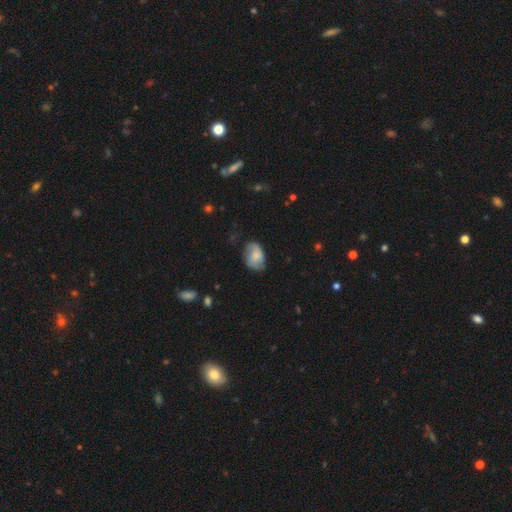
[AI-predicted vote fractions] smooth_or_featured: smooth (p=0.57) [alt: featured or disk p=0.35]
how_rounded: in between (p=0.81) [alt: round p=0.18]
merging: none (p=0.56) [alt: minor disturbance p=0.31]